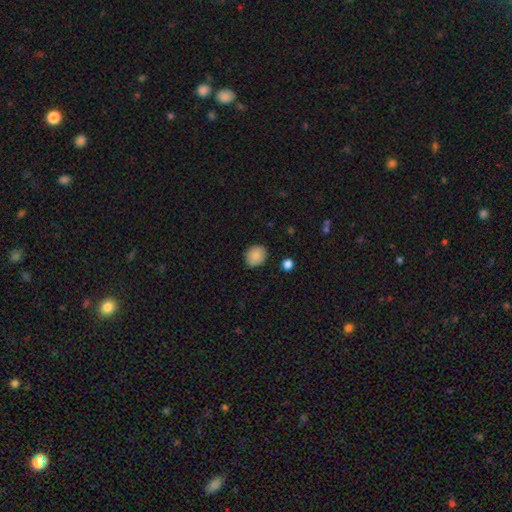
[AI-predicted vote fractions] smooth_or_featured: smooth (p=0.86) [alt: star or artifact p=0.08]
how_rounded: round (p=0.66) [alt: in between p=0.33]
merging: none (p=0.86) [alt: minor disturbance p=0.10]